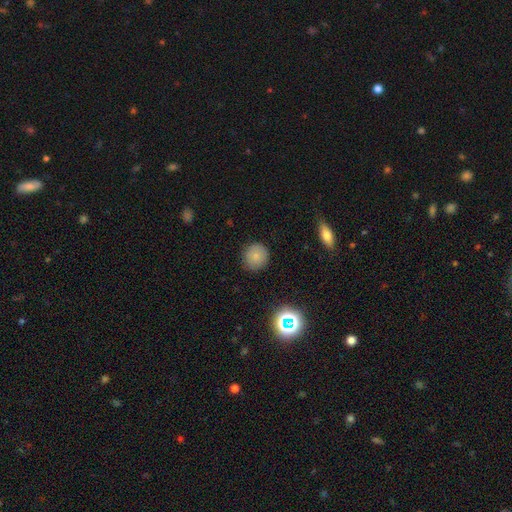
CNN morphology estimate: Overall: smooth (80%). How rounded: round (93%). Merging: none (89%).